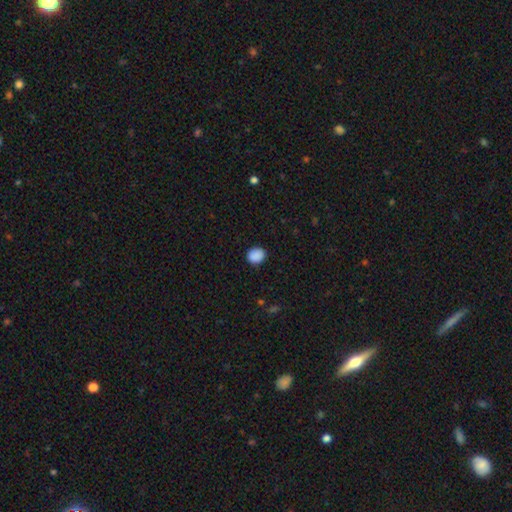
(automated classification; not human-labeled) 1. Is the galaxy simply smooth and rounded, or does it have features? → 89% smooth, 9% star or artifact, 3% featured or disk.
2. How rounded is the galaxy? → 68% round, 31% in between, 1% cigar-shaped.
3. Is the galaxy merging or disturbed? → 88% none, 9% minor disturbance, 2% major disturbance, 1% merger.